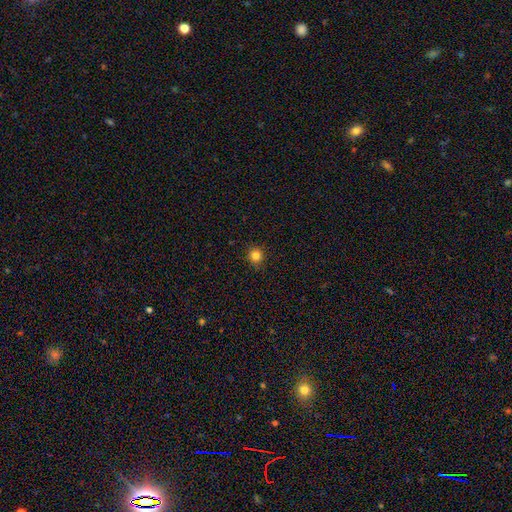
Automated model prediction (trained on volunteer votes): Morphology: type=smooth (82%); roundness=round (92%); merging=none (89%).